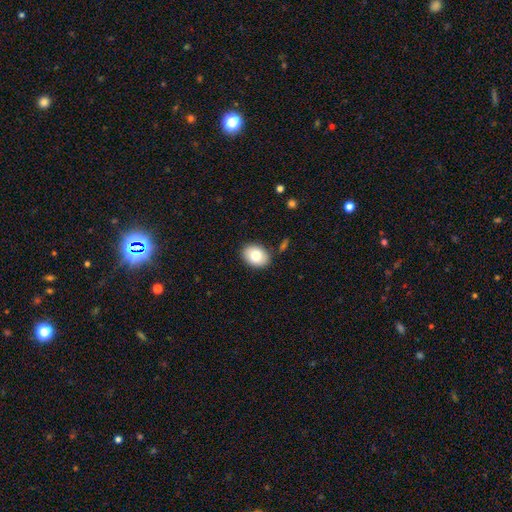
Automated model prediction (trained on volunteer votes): smooth 80%, featured or disk 12%, star or artifact 8%. Down the decision tree: how rounded — in between (74%); merging — none (86%).